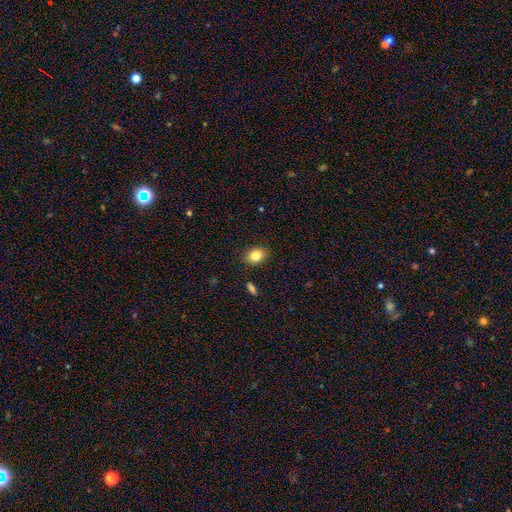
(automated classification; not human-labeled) A smooth galaxy with no disk features (83%) that is in between round and cigar-shaped (59%).

Vote fractions:
- Smooth or featured? smooth: 83% / star or artifact: 9% / featured or disk: 7%
- How rounded? in between: 59% / round: 40% / cigar-shaped: 1%
- Merging? none: 89% / minor disturbance: 8% / major disturbance: 2% / merger: 1%